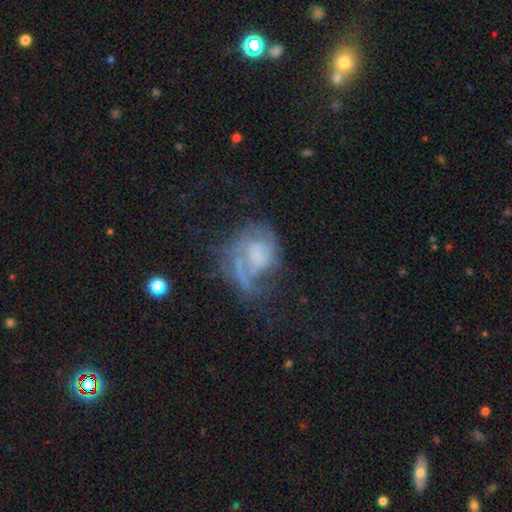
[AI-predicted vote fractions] A featured or disk galaxy (65%) with no bar (70%), spiral arms (68%) and no central bulge (52%).

Vote fractions:
- Smooth or featured? featured or disk: 65% / smooth: 23% / star or artifact: 12%
- Edge-on disk? no: 97% / yes: 3%
- Bar? no: 70% / weak: 24% / strong: 6%
- Spiral arms? yes: 68% / no: 32%
- Bulge size? none: 52% / moderate: 18% / small: 18% / large: 10% / dominant: 3%
- Merging? major disturbance: 39% / none: 34% / minor disturbance: 21% / merger: 6%